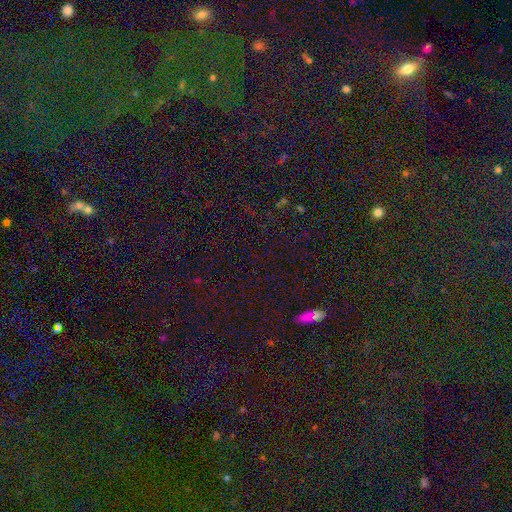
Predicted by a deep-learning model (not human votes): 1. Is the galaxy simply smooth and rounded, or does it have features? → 73% star or artifact, 19% smooth, 8% featured or disk.